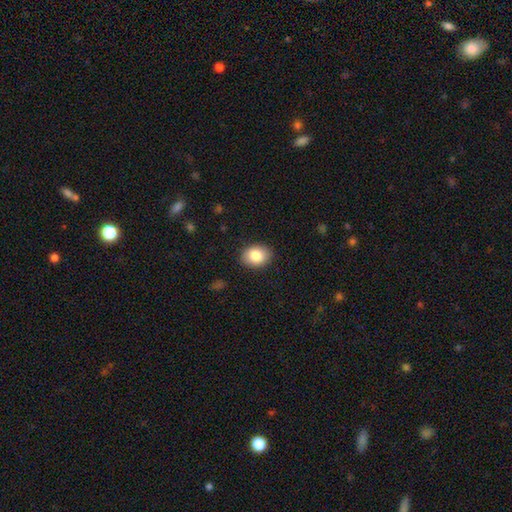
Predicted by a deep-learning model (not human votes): Smooth or featured?
  - smooth: 85% *
  - star or artifact: 7%
  - featured or disk: 7%
How rounded?
  - in between: 67% *
  - round: 32%
  - cigar-shaped: 1%
Merging?
  - none: 88% *
  - minor disturbance: 9%
  - major disturbance: 2%
  - merger: 1%